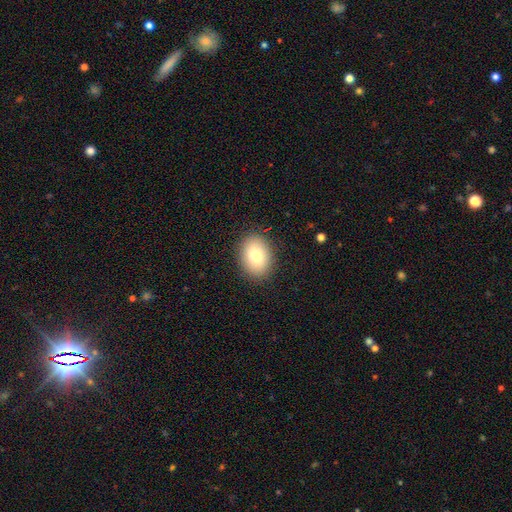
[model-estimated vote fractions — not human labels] smooth-or-featured: smooth: 80% | featured or disk: 11% | star or artifact: 9%
  how-rounded: in between: 69% | round: 30% | cigar-shaped: 1%
  merging: none: 89% | minor disturbance: 8% | major disturbance: 2% | merger: 1%